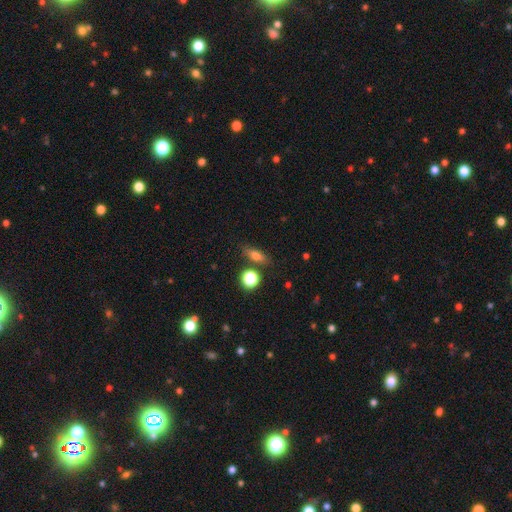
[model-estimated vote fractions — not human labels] Smooth or featured: smooth — 70% (featured or disk — 17%)
How rounded: in between — 54% (cigar-shaped — 32%)
Merging: none — 77% (minor disturbance — 12%)